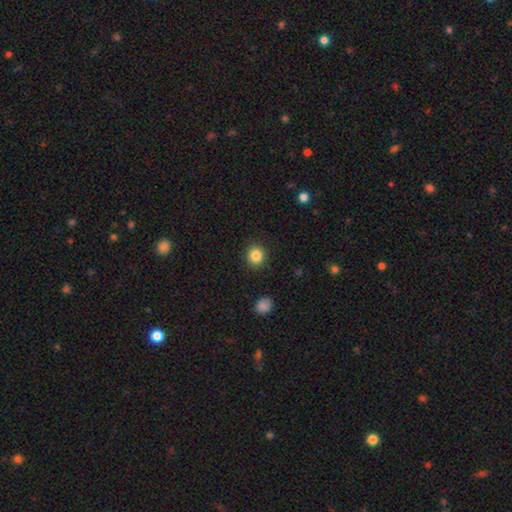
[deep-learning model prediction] Q: Smooth or featured?
A: smooth (85%); runner-up: star or artifact (10%)
Q: How rounded?
A: round (88%); runner-up: in between (11%)
Q: Merging?
A: none (90%); runner-up: minor disturbance (6%)